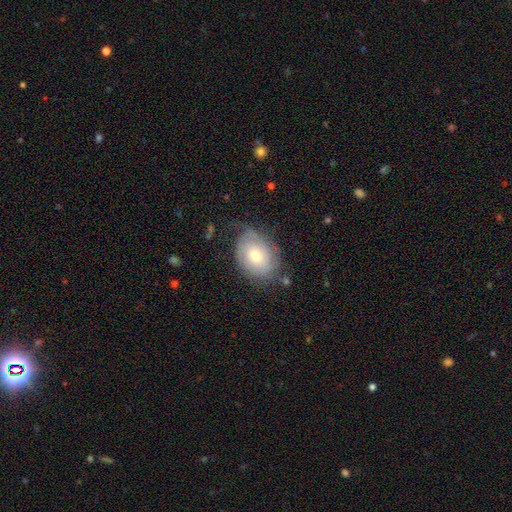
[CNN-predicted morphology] smooth 48%, featured or disk 44%, star or artifact 8%. Down the decision tree: merging — none (60%).